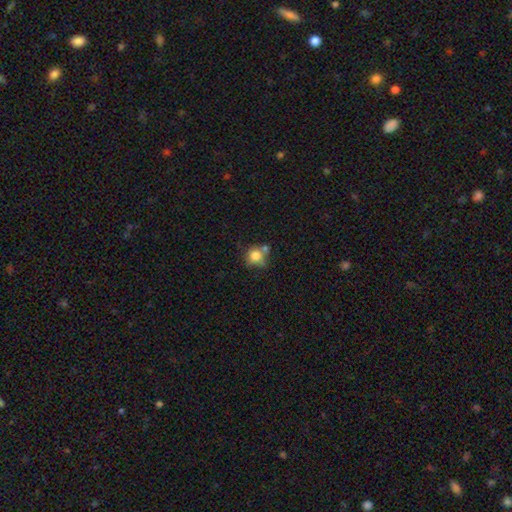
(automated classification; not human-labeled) Smooth or featured?
  - smooth: 79% *
  - featured or disk: 11%
  - star or artifact: 10%
How rounded?
  - round: 84% *
  - in between: 15%
  - cigar-shaped: 1%
Merging?
  - none: 53% *
  - merger: 24%
  - minor disturbance: 18%
  - major disturbance: 6%